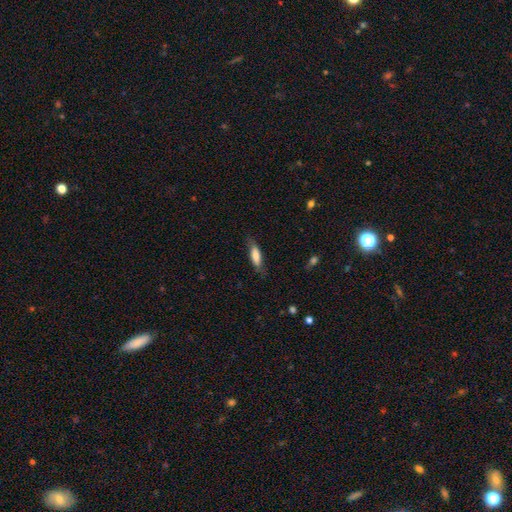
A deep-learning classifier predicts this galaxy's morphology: Q: Smooth or featured?
A: smooth (71%); runner-up: featured or disk (22%)
Q: How rounded?
A: cigar-shaped (54%); runner-up: in between (44%)
Q: Merging?
A: none (73%); runner-up: minor disturbance (20%)